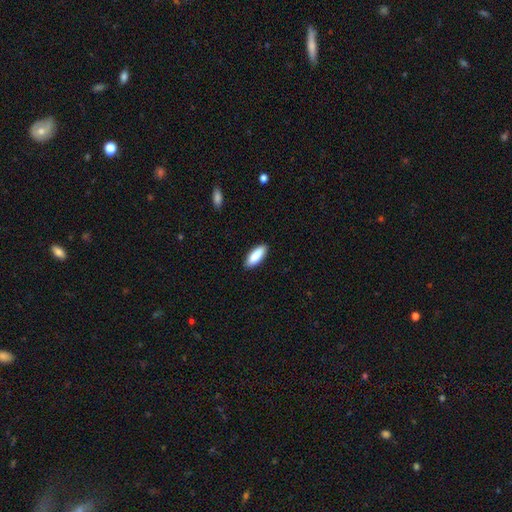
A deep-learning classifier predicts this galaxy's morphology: Smooth or featured: smooth — 88% (featured or disk — 6%)
How rounded: in between — 73% (cigar-shaped — 26%)
Merging: none — 89% (minor disturbance — 8%)